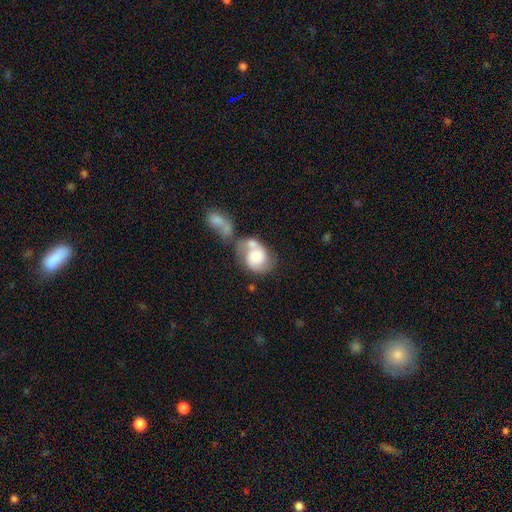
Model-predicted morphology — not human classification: A smooth galaxy with no disk features (47%). Merging: merger (52%).